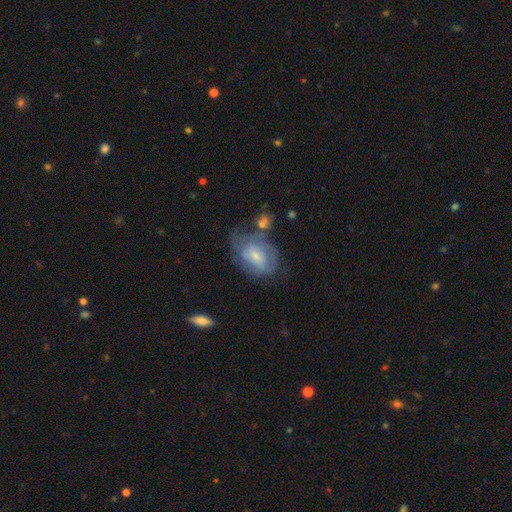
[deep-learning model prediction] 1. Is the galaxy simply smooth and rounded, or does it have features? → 52% featured or disk, 40% smooth, 8% star or artifact.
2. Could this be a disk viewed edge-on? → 95% no, 5% yes.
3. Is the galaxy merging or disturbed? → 40% none, 26% minor disturbance, 22% major disturbance, 12% merger.